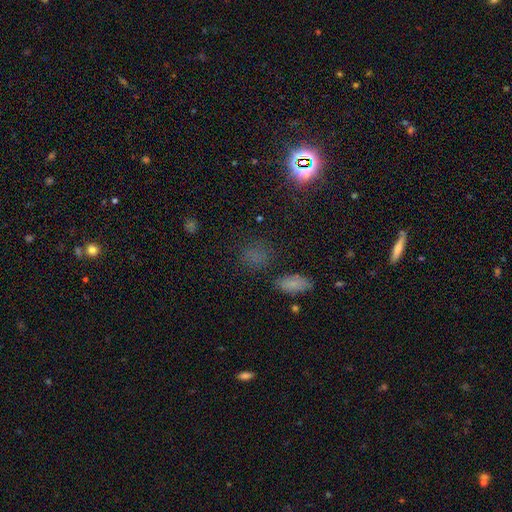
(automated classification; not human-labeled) Smooth or featured? smooth (52%)
How rounded? round (57%)
Merging? none (75%)